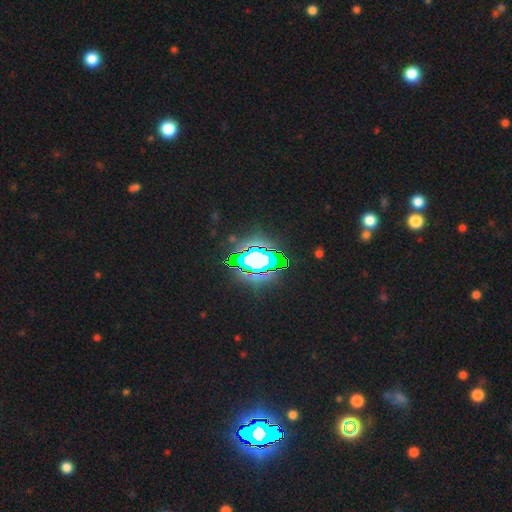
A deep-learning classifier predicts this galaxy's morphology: Smooth or featured: star or artifact — 83% (smooth — 9%)